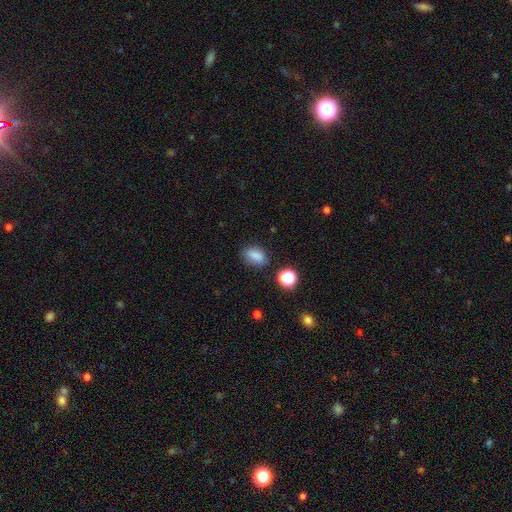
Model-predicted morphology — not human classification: Q: Smooth or featured?
A: smooth (83%); runner-up: star or artifact (12%)
Q: How rounded?
A: in between (82%); runner-up: round (15%)
Q: Merging?
A: none (78%); runner-up: minor disturbance (15%)